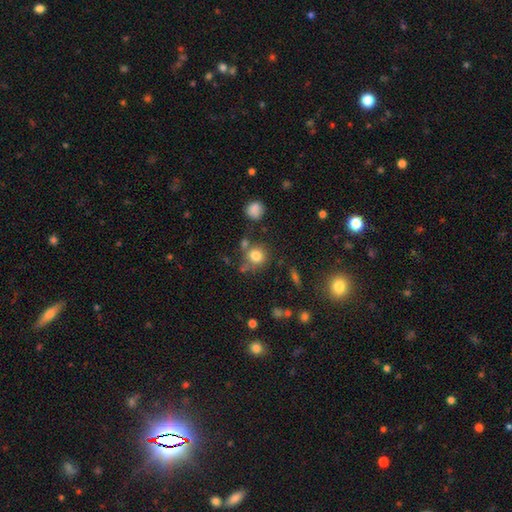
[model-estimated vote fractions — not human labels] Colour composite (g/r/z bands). It shows a smooth galaxy with no disk features (79%) that is round (84%). Merging: none (65%).